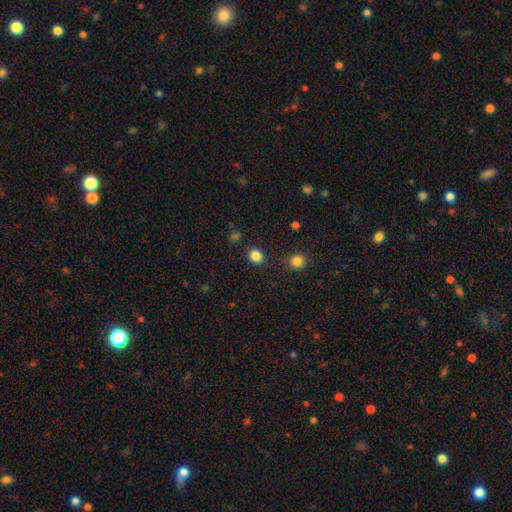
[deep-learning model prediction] A smooth galaxy with no disk features (85%) that is round (77%).

Vote fractions:
- Smooth or featured? smooth: 85% / star or artifact: 12% / featured or disk: 4%
- How rounded? round: 77% / in between: 22% / cigar-shaped: 1%
- Merging? none: 87% / minor disturbance: 8% / major disturbance: 3% / merger: 2%